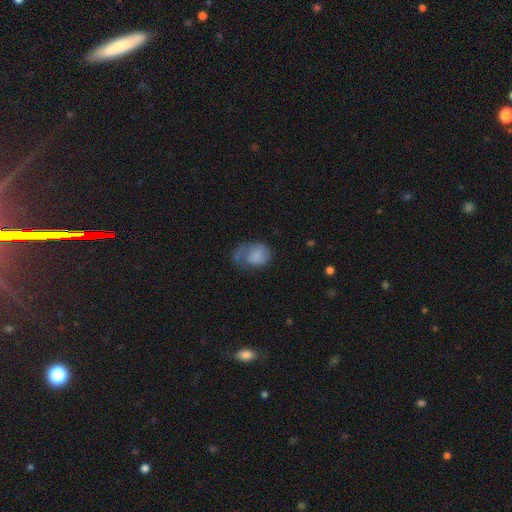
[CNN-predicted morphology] smooth-or-featured: smooth: 58% | featured or disk: 34% | star or artifact: 8%
  how-rounded: in between: 60% | round: 39% | cigar-shaped: 1%
  merging: major disturbance: 41% | none: 29% | minor disturbance: 26% | merger: 3%